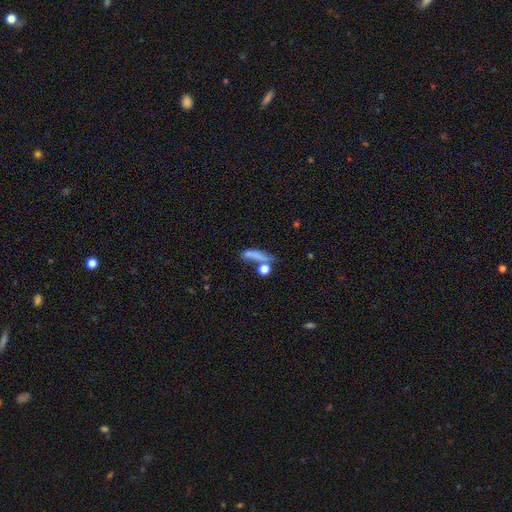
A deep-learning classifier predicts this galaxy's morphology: Smooth or featured?
  - smooth: 67% *
  - featured or disk: 19%
  - star or artifact: 14%
How rounded?
  - cigar-shaped: 52% *
  - in between: 33%
  - round: 15%
Merging?
  - none: 38% *
  - merger: 26%
  - major disturbance: 19%
  - minor disturbance: 17%